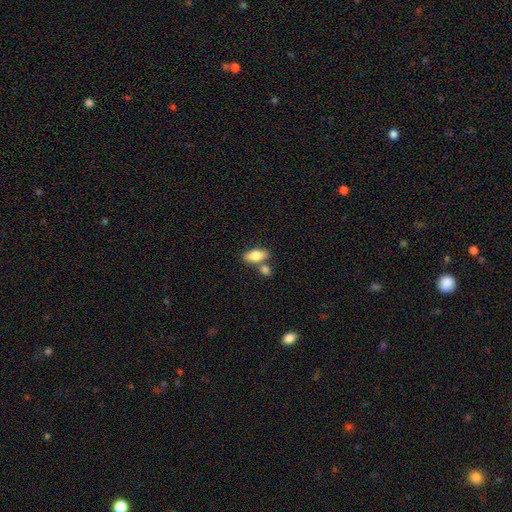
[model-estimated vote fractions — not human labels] smooth-or-featured: smooth: 79% | featured or disk: 15% | star or artifact: 7%
  how-rounded: in between: 86% | cigar-shaped: 9% | round: 4%
  merging: none: 60% | merger: 25% | minor disturbance: 11% | major disturbance: 3%